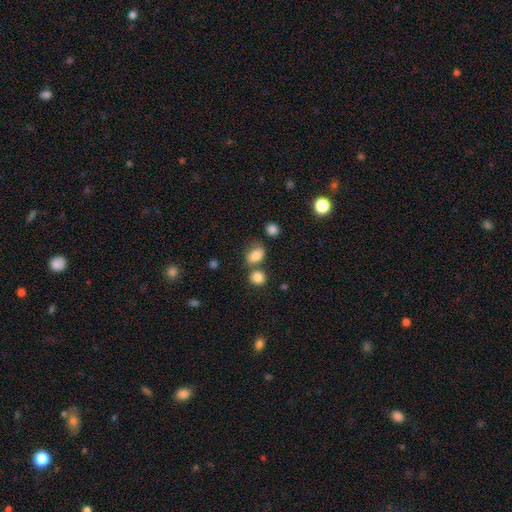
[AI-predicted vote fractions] Smooth or featured? Predicted: smooth (p=0.81). How rounded? Predicted: in between (p=0.72). Merging? Predicted: none (p=0.52).